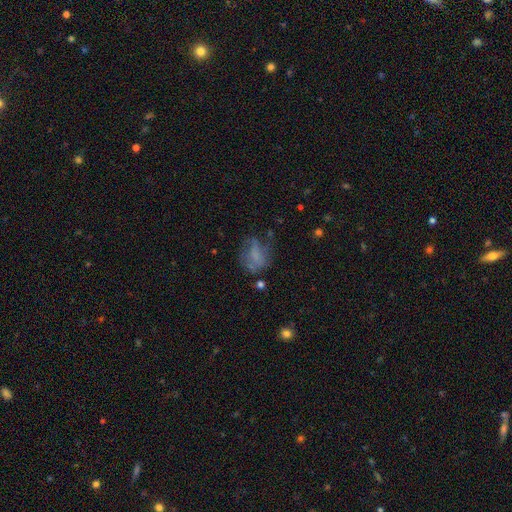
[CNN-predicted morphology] Smooth or featured: smooth — 50% (featured or disk — 35%)
Merging: none — 44% (major disturbance — 27%)